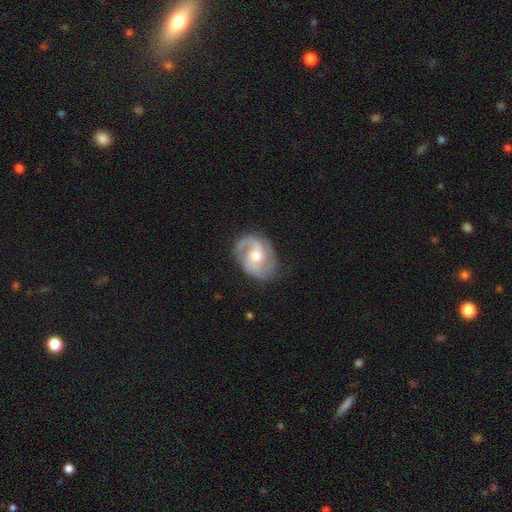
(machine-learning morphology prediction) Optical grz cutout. It shows a featured or disk galaxy (85%) with no bar (50%), 2 (72%) medium (51%) spiral arms (96%) and a moderate central bulge (69%). Merging: none (72%).